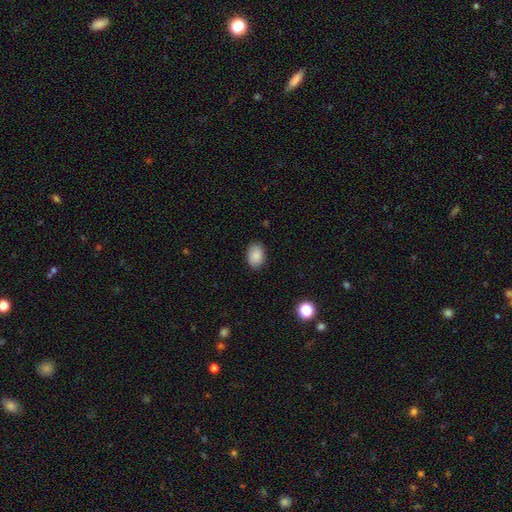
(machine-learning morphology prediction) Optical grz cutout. It shows a smooth galaxy with no disk features (88%) that is in between round and cigar-shaped (77%). Merging: none (87%).